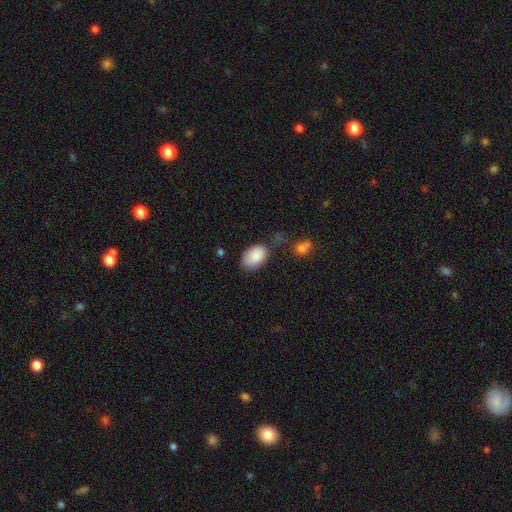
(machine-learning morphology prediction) Overall: smooth (88%). How rounded: in between (91%). Merging: none (63%; minor disturbance 24%).